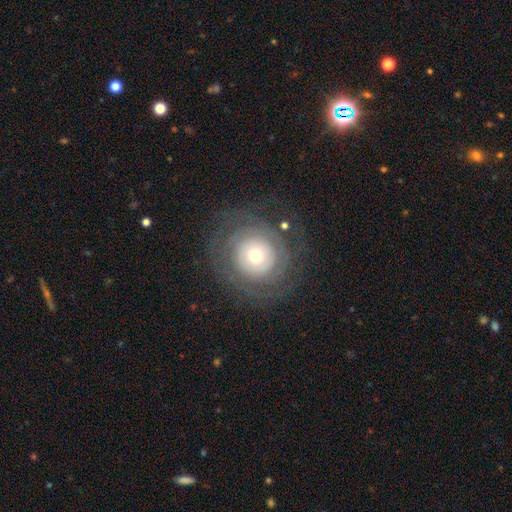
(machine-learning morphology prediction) Smooth or featured: featured or disk — 57% (smooth — 34%)
Edge-on disk: no — 97% (yes — 3%)
Bar: no — 88% (weak — 9%)
Spiral arms: yes — 59% (no — 41%)
Bulge size: small — 47% (moderate — 41%)
Merging: none — 76% (minor disturbance — 12%)